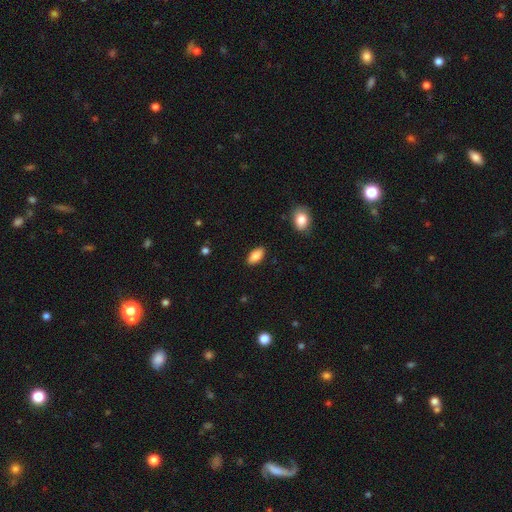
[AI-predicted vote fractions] This is clearly a smooth galaxy (85%). How rounded: clearly in between (91%). Merging: clearly none (89%).